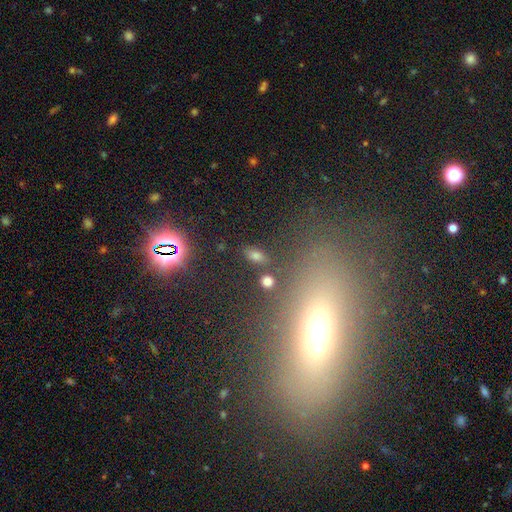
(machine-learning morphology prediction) smooth-or-featured: smooth: 68% | star or artifact: 21% | featured or disk: 10%
  how-rounded: in between: 83% | round: 9% | cigar-shaped: 8%
  merging: none: 82% | minor disturbance: 9% | merger: 4% | major disturbance: 4%